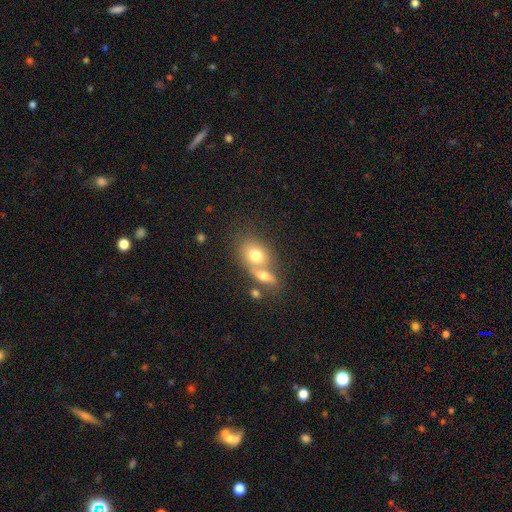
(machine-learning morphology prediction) Smooth or featured? smooth (64%)
How rounded? round (53%)
Merging? merger (56%)